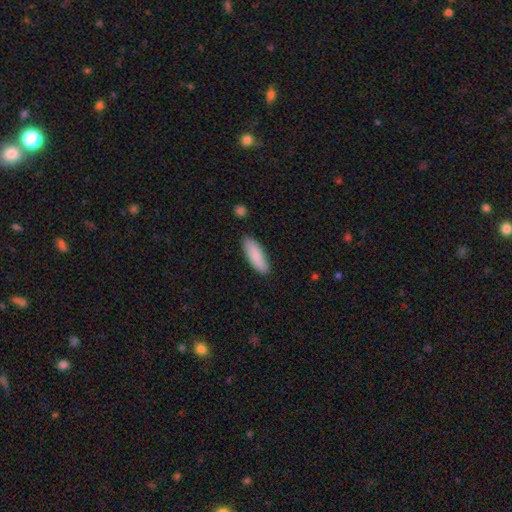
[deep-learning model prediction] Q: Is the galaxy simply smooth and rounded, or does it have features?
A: smooth — 87%.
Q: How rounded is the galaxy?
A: in between — 56%.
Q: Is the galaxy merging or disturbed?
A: none — 86%.